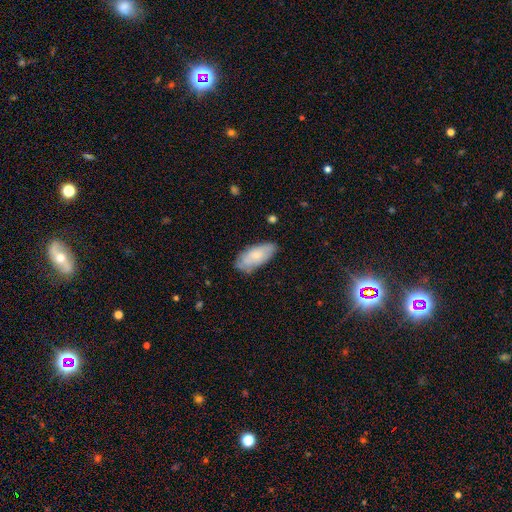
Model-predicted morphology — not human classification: Smooth or featured? smooth (68%)
How rounded? in between (88%)
Merging? none (72%)